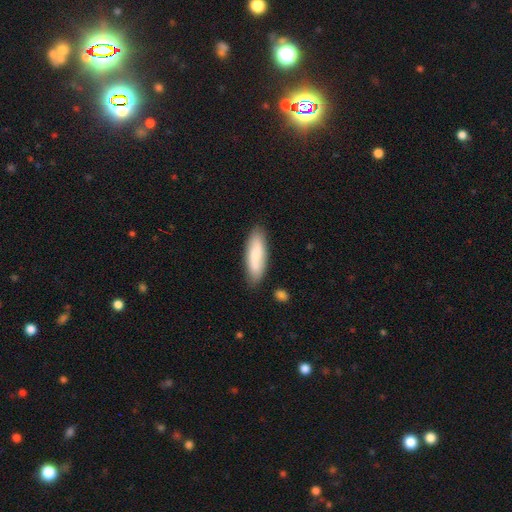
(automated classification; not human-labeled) smooth 73%, featured or disk 21%, star or artifact 6%. Down the decision tree: how rounded — in between (50%); merging — none (81%).